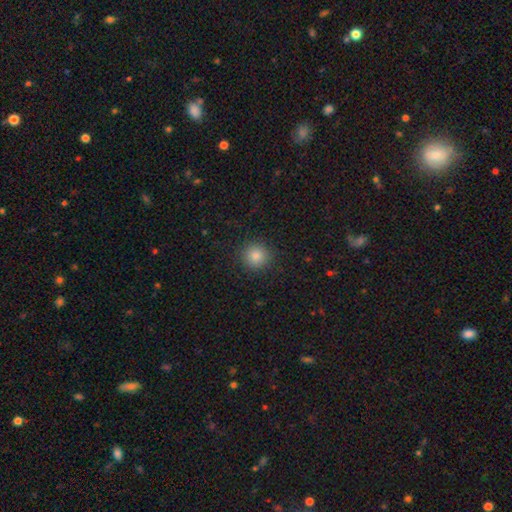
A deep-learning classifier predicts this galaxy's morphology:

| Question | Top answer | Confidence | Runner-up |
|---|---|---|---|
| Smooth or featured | smooth | 83% | star or artifact (12%) |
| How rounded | round | 94% | in between (5%) |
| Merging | none | 92% | minor disturbance (5%) |